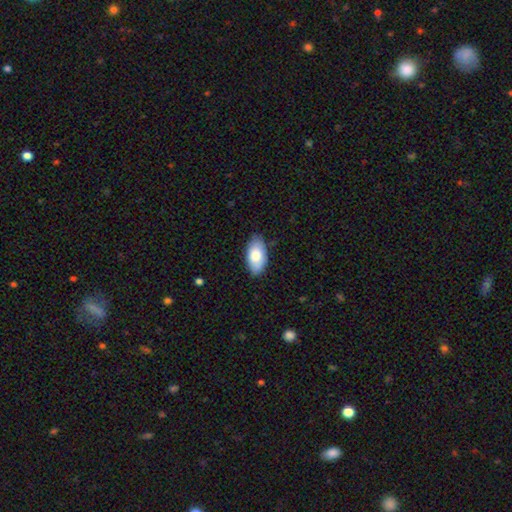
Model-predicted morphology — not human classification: Smooth or featured? smooth (77%)
How rounded? in between (94%)
Merging? none (78%)